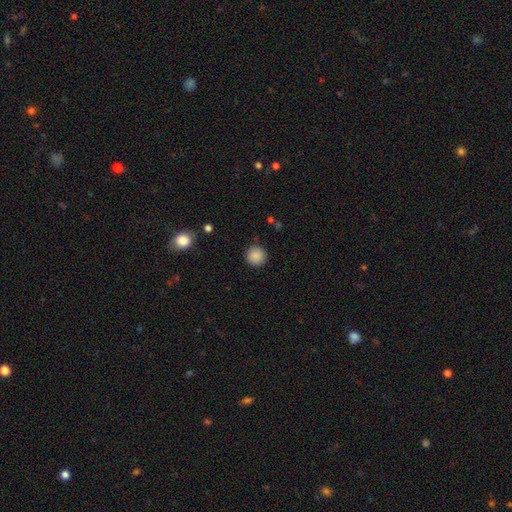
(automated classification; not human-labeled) Smooth or featured? smooth (88%)
How rounded? round (95%)
Merging? none (91%)